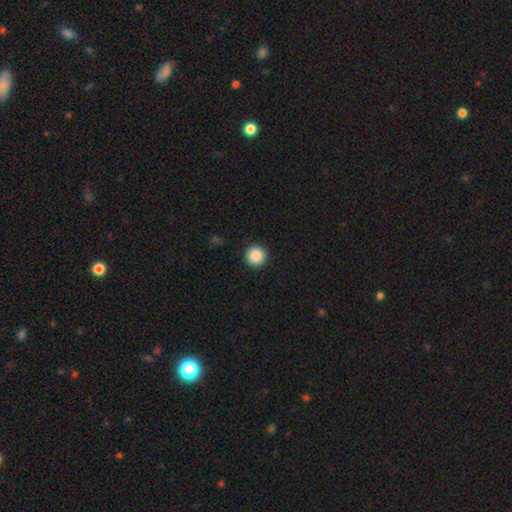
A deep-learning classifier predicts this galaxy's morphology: This is clearly a smooth galaxy (88%). How rounded: clearly round (96%). Merging: clearly none (94%).